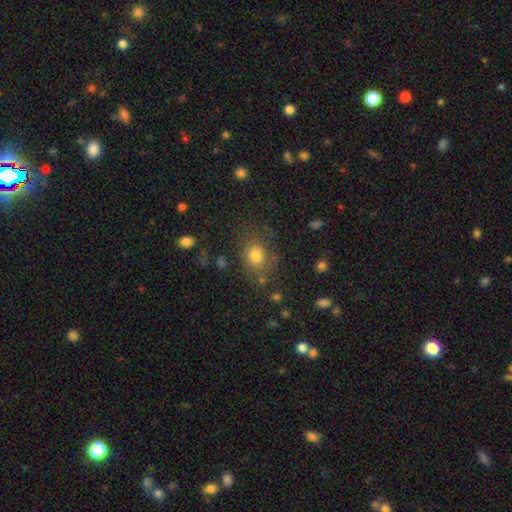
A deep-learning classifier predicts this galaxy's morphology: Smooth or featured?
  - smooth: 78% *
  - star or artifact: 12%
  - featured or disk: 9%
How rounded?
  - round: 50% *
  - in between: 49%
  - cigar-shaped: 1%
Merging?
  - none: 69% *
  - minor disturbance: 18%
  - major disturbance: 9%
  - merger: 5%